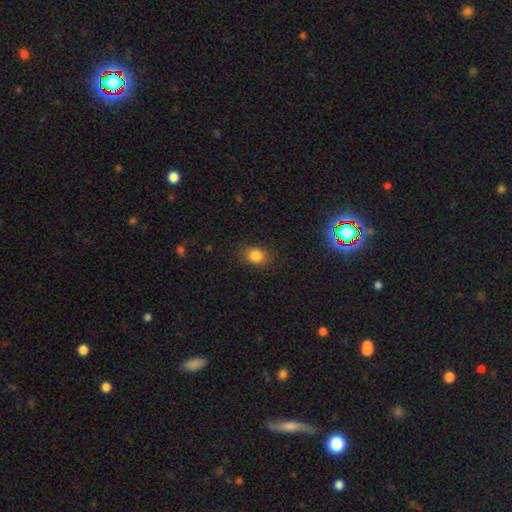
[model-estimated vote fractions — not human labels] Smooth or featured? smooth (84%)
How rounded? in between (52%)
Merging? none (85%)